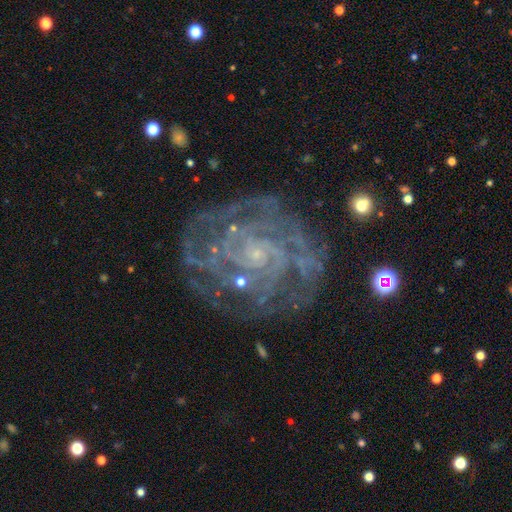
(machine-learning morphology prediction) Overall: featured or disk (84%). Edge-on disk: no (98%). Bar: no (70%). Spiral arms: yes (90%). Spiral arm count: can't tell (39%; 4 16%). Spiral winding: tight (71%). Bulge size: small (75%). Merging: none (74%).